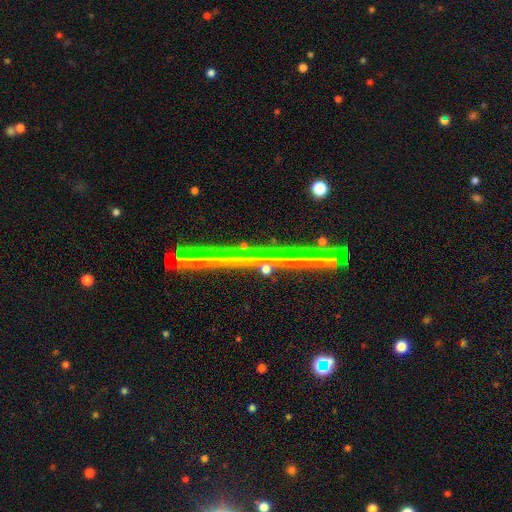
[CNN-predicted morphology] Smooth or featured: star or artifact — 42% (featured or disk — 39%)